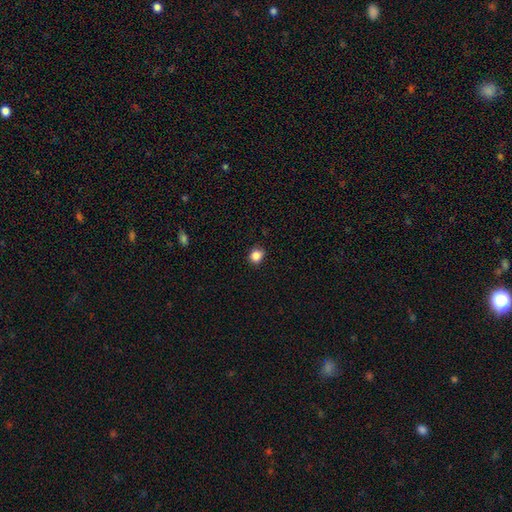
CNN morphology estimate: This is clearly a smooth galaxy (85%). How rounded: likely round (72%). Merging: clearly none (84%).